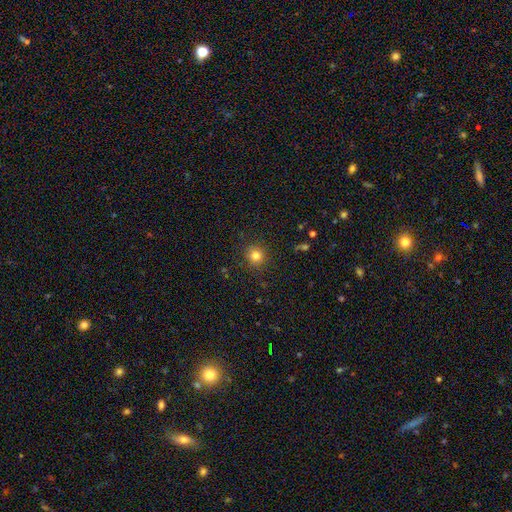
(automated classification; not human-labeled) smooth_or_featured: smooth (p=0.81) [alt: star or artifact p=0.13]
how_rounded: round (p=0.92) [alt: in between p=0.07]
merging: none (p=0.90) [alt: minor disturbance p=0.07]